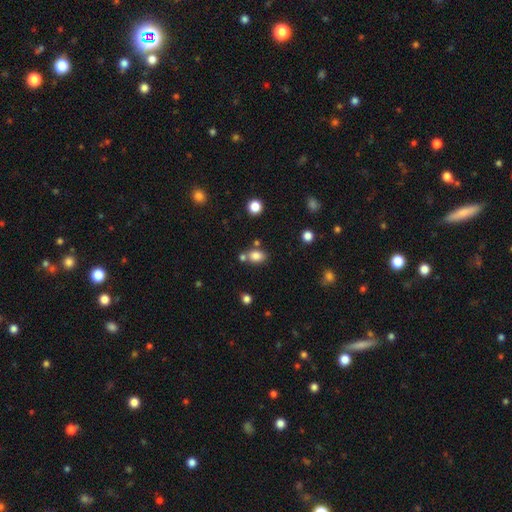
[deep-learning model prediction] smooth 81%, star or artifact 11%, featured or disk 7%. Down the decision tree: how rounded — in between (69%); merging — none (64%).